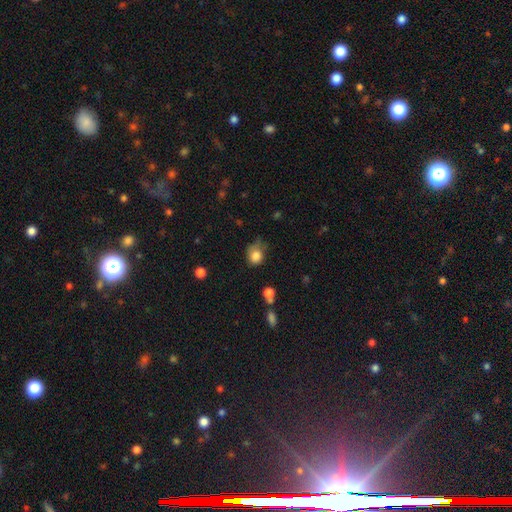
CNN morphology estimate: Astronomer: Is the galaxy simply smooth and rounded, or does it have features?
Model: smooth — 82%.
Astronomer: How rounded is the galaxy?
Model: round — 66%.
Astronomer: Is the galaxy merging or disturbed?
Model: none — 45% (runner-up: minor disturbance, 37%).